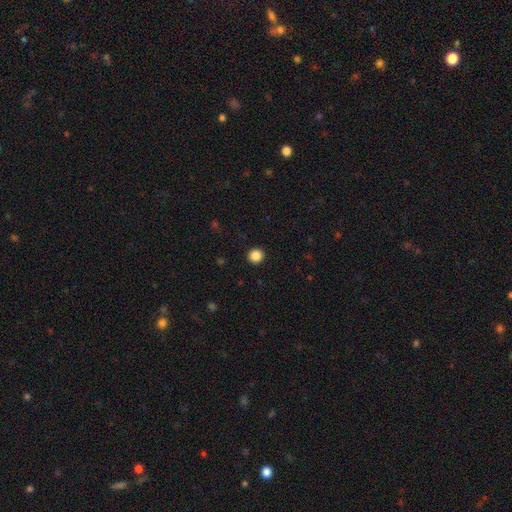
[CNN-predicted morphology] This is clearly a smooth galaxy (87%). How rounded: clearly round (94%). Merging: clearly none (93%).